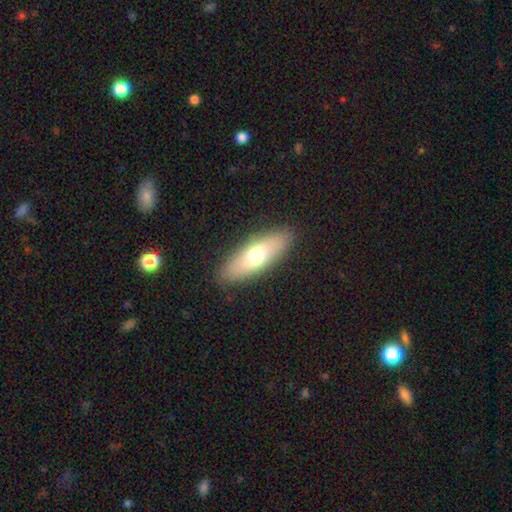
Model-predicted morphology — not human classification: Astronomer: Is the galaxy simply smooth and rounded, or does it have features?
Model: smooth — 66%.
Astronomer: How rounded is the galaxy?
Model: in between — 62%.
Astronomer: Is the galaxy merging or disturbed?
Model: none — 87%.